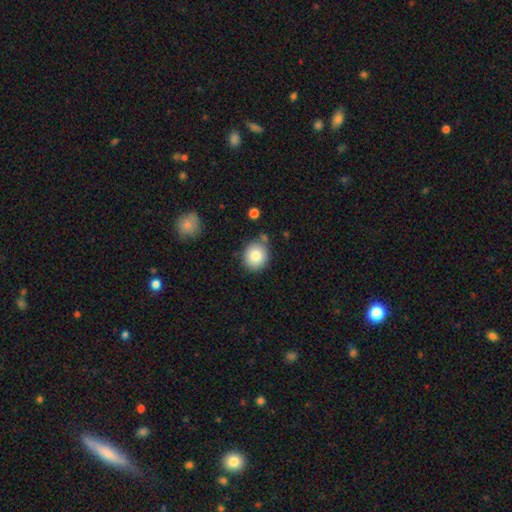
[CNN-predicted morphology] Smooth or featured: smooth — 84% (star or artifact — 8%)
How rounded: round — 78% (in between — 21%)
Merging: none — 78% (minor disturbance — 13%)